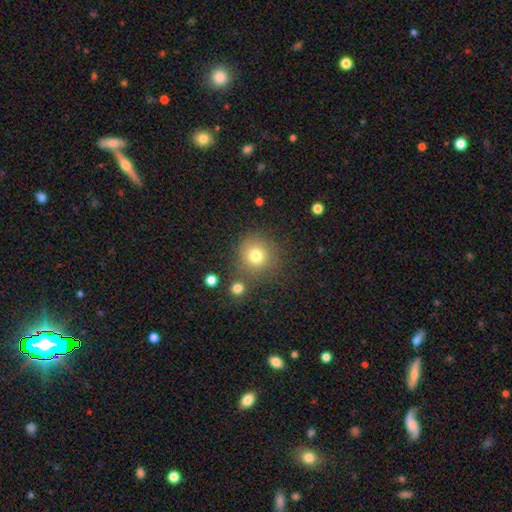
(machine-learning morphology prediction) This appears to be a smooth galaxy with no disk features (76%) that is round (91%). Merging: none (76%).